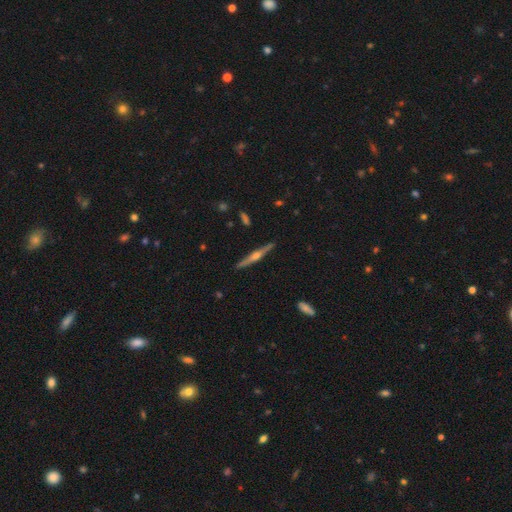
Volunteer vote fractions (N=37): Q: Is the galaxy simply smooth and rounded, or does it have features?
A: featured or disk — 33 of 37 (89%).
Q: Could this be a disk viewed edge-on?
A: yes — 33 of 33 (100%).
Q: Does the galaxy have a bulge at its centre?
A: rounded — 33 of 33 (100%).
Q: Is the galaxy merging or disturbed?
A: none — 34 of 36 (94%).